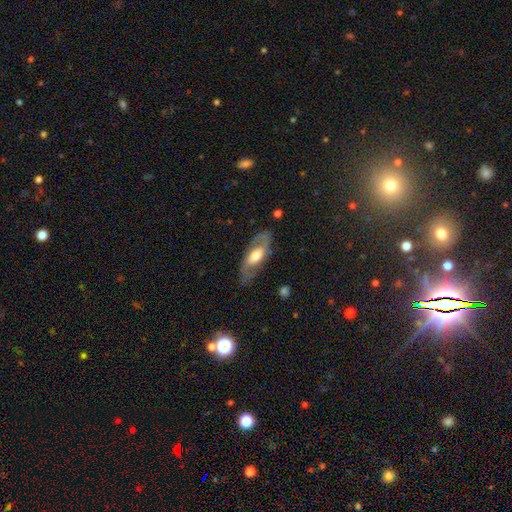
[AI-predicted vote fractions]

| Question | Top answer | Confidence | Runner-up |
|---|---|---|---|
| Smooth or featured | featured or disk | 64% | smooth (31%) |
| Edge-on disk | no | 82% | yes (18%) |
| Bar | no | 50% | weak (34%) |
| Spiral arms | yes | 71% | no (29%) |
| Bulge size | moderate | 52% | large (33%) |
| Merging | none | 71% | minor disturbance (18%) |